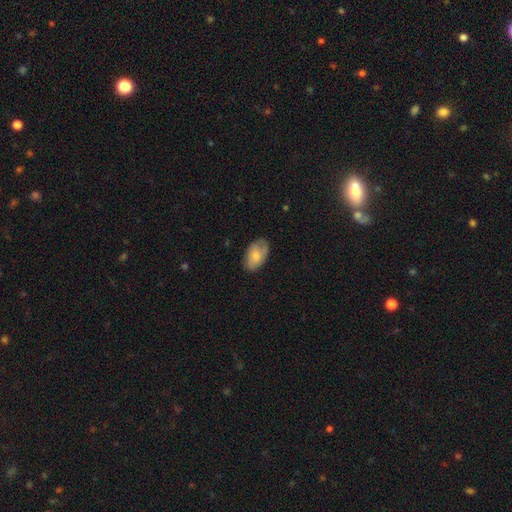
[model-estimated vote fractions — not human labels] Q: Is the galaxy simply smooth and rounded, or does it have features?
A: smooth — 73%.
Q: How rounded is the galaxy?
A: in between — 92%.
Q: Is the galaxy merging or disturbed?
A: none — 72%.